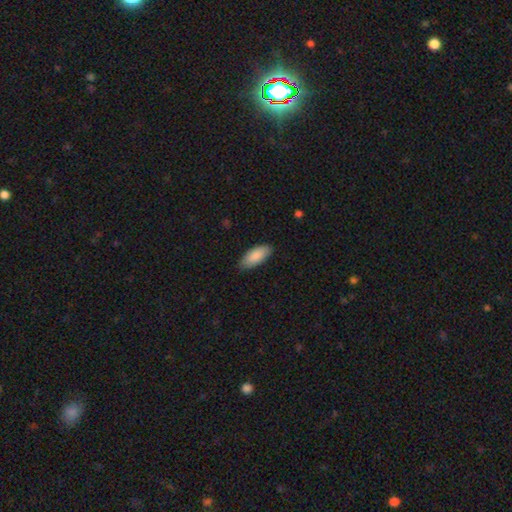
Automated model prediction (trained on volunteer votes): smooth_or_featured: smooth (p=0.87) [alt: featured or disk p=0.07]
how_rounded: in between (p=0.87) [alt: cigar-shaped p=0.11]
merging: none (p=0.83) [alt: minor disturbance p=0.14]